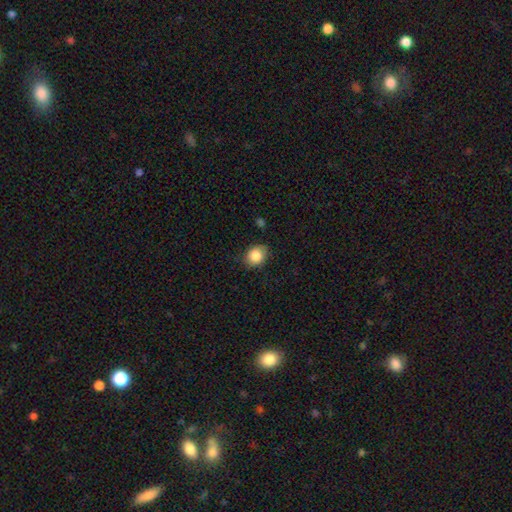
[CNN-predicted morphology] smooth-or-featured: smooth: 86% | star or artifact: 8% | featured or disk: 6%
  how-rounded: round: 55% | in between: 44% | cigar-shaped: 1%
  merging: none: 79% | minor disturbance: 16% | major disturbance: 3% | merger: 1%